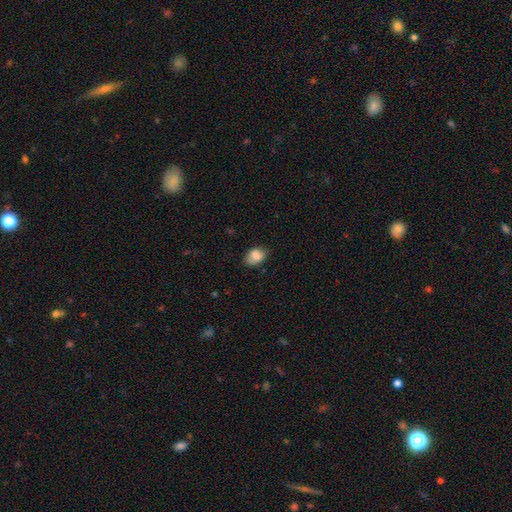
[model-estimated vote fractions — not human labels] The model was most divided on "merging": none: 64%, minor disturbance: 27%, major disturbance: 6%, merger: 2%. More confident: smooth or featured — smooth (83%); how rounded — in between (73%).